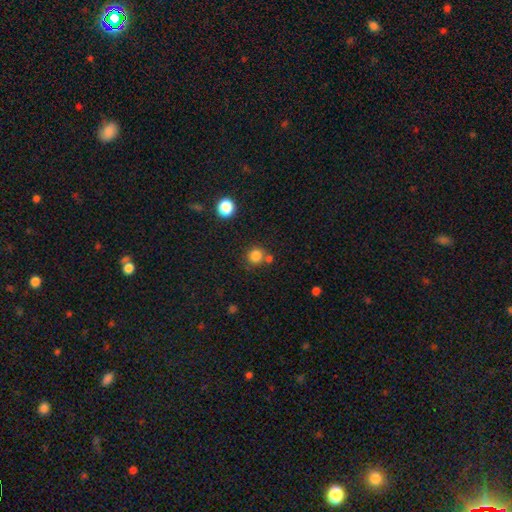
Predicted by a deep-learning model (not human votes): Morphology: type=smooth (82%); roundness=round (89%); merging=none (67%).